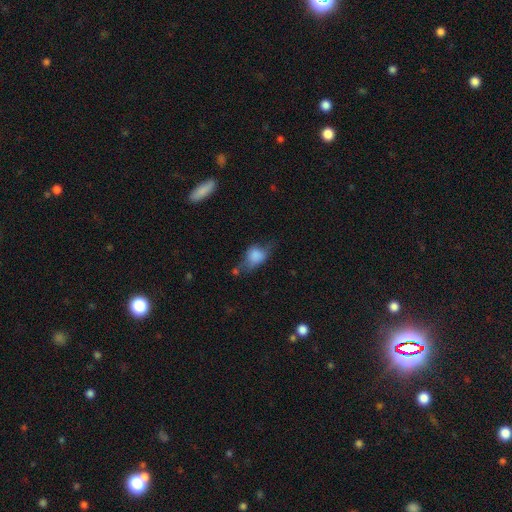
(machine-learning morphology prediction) Smooth or featured?
  - smooth: 73% *
  - featured or disk: 18%
  - star or artifact: 9%
How rounded?
  - in between: 62% *
  - round: 35%
  - cigar-shaped: 3%
Merging?
  - minor disturbance: 34% * (tied)
  - none: 34% * (tied)
  - major disturbance: 23%
  - merger: 9%